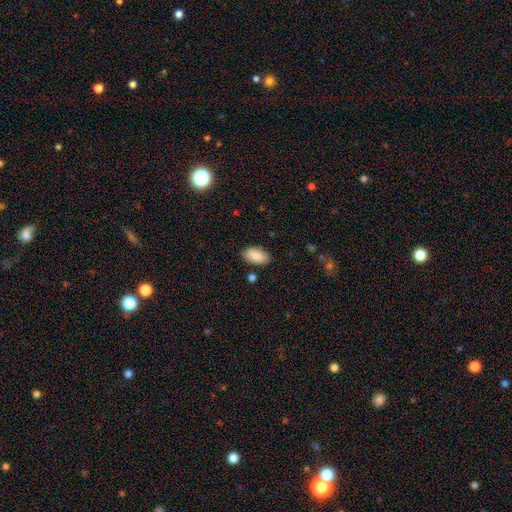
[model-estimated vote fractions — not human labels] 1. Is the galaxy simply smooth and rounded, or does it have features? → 88% smooth, 6% star or artifact, 6% featured or disk.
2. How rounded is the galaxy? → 95% in between, 3% round, 2% cigar-shaped.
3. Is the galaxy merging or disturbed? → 85% none, 10% minor disturbance, 2% major disturbance, 2% merger.